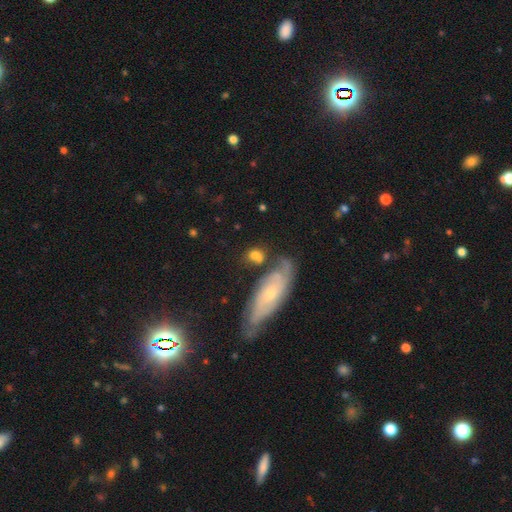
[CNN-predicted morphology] Smooth or featured?
  - smooth: 62% *
  - featured or disk: 29%
  - star or artifact: 9%
How rounded?
  - in between: 51% *
  - round: 44%
  - cigar-shaped: 6%
Merging?
  - none: 53% *
  - merger: 19%
  - minor disturbance: 17%
  - major disturbance: 10%